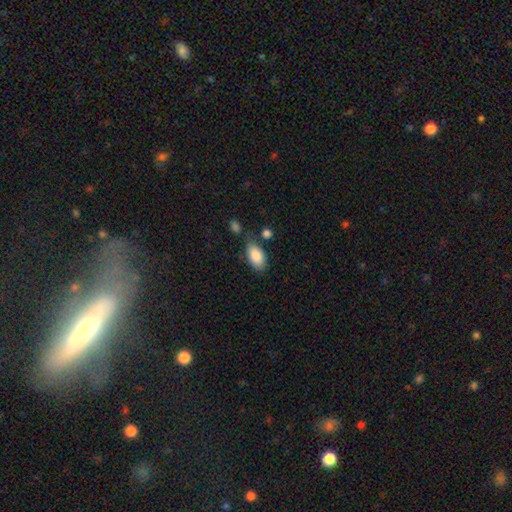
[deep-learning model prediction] Smooth or featured: smooth — 85% (featured or disk — 8%)
How rounded: in between — 93% (round — 4%)
Merging: none — 66% (minor disturbance — 19%)